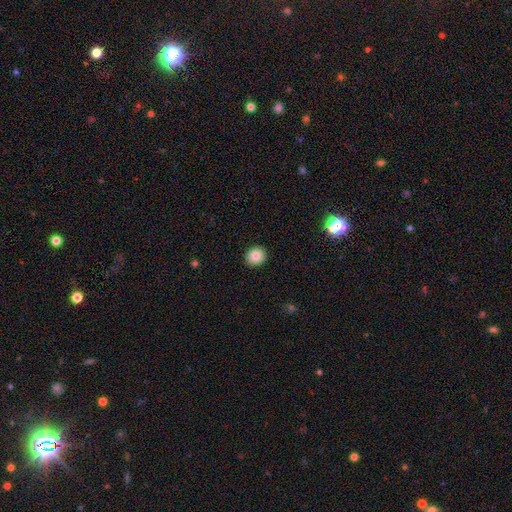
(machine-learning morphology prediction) The model was most divided on "smooth or featured": smooth: 82%, star or artifact: 9%, featured or disk: 9%. More confident: merging — none (92%); how rounded — round (88%).